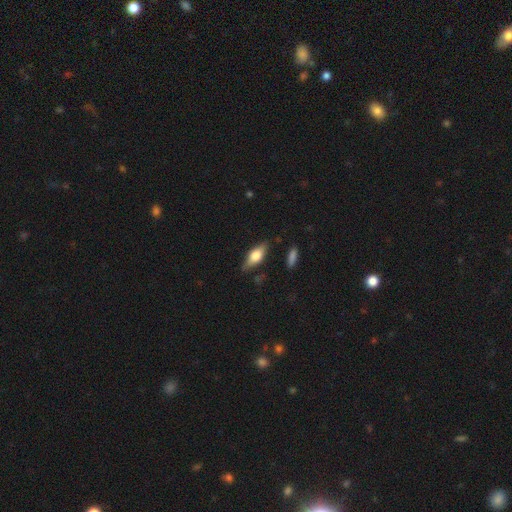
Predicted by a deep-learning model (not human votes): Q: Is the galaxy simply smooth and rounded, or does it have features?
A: smooth — 51%.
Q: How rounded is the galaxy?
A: in between — 69%.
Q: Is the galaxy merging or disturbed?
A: none — 81%.